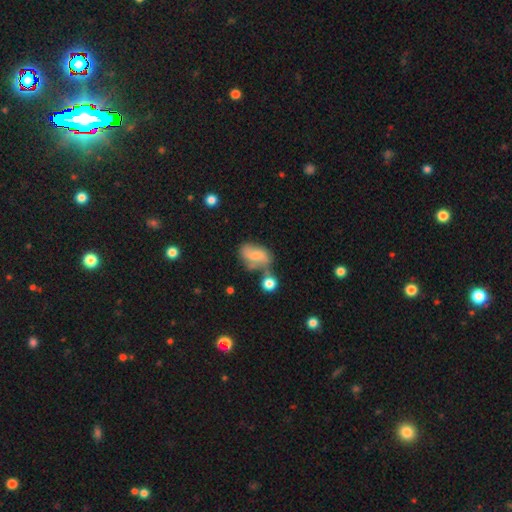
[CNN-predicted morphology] Smooth or featured?
  - smooth: 50% *
  - featured or disk: 40%
  - star or artifact: 10%
How rounded?
  - in between: 81% *
  - round: 16%
  - cigar-shaped: 3%
Merging?
  - none: 39% *
  - minor disturbance: 25%
  - merger: 22%
  - major disturbance: 14%